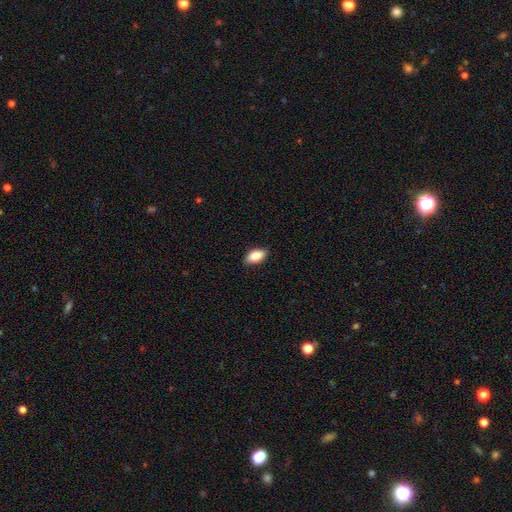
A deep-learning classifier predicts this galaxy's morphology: This appears to be a smooth galaxy with no disk features (86%) that is in between round and cigar-shaped (91%). Merging: none (84%).